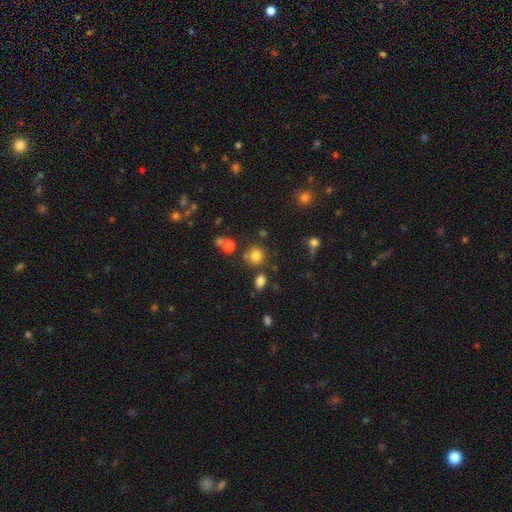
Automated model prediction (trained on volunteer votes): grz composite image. It shows a smooth galaxy with no disk features (78%) that is round (87%). Merging: none (76%).